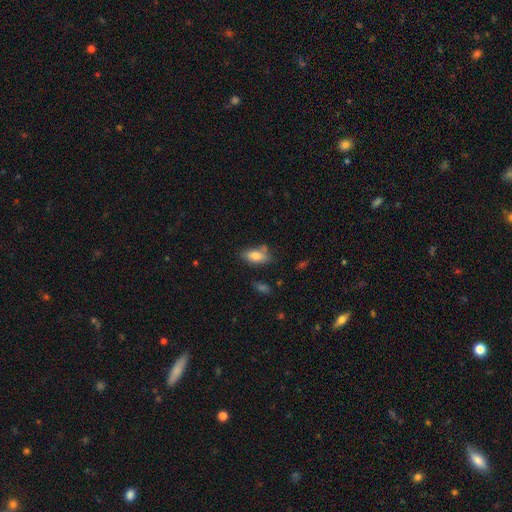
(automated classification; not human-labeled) Smooth or featured: smooth — 79% (featured or disk — 13%)
How rounded: in between — 88% (cigar-shaped — 8%)
Merging: none — 63% (minor disturbance — 22%)